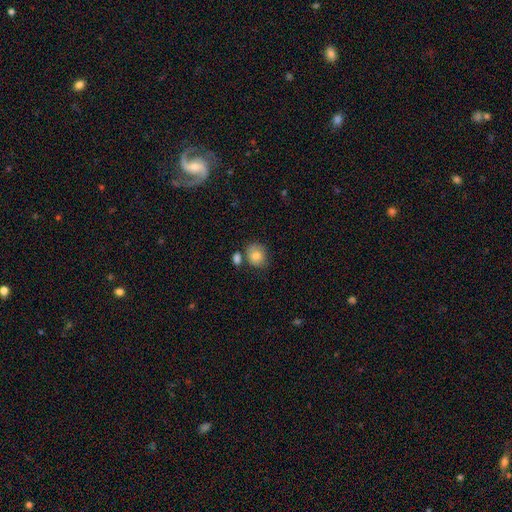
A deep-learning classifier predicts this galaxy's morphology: A smooth galaxy with no disk features (80%) that is round (65%). Merging: none (59%).